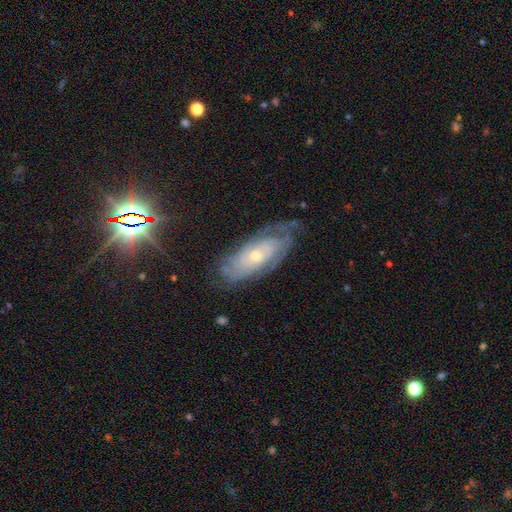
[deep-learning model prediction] A featured or disk galaxy (74%) with no bar (78%), tight (71%) spiral arms (86%) and a small central bulge (59%).

Vote fractions:
- Smooth or featured? featured or disk: 74% / smooth: 17% / star or artifact: 9%
- Edge-on disk? no: 88% / yes: 12%
- Bar? no: 78% / weak: 18% / strong: 4%
- Spiral arms? yes: 86% / no: 14%
- Spiral winding? tight: 71% / medium: 23% / loose: 6%
- Spiral arm count? can't tell: 60% / 2: 19% / 3: 9% / 4: 5% / 1: 4% / more than 4: 3%
- Bulge size? small: 59% / moderate: 37% / large: 2% / none: 1% / dominant: 1%
- Merging? none: 65% / minor disturbance: 24% / major disturbance: 10% / merger: 1%